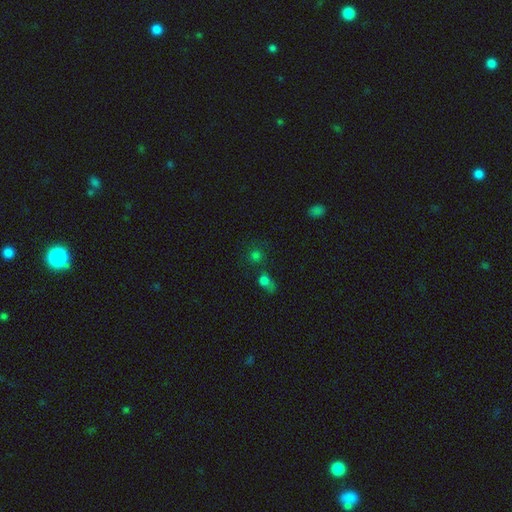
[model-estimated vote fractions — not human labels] Overall: smooth (67%). How rounded: round (88%). Merging: none (58%; merger 24%).